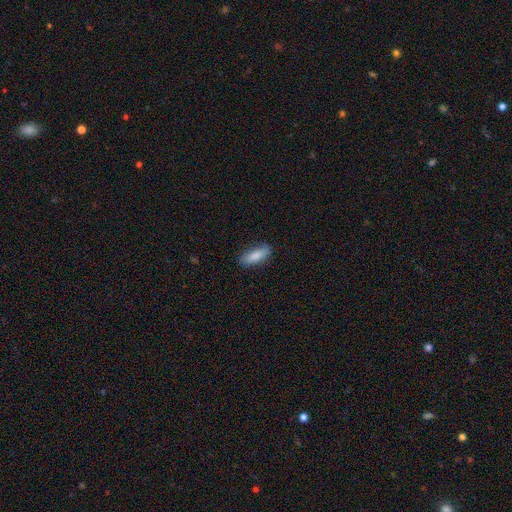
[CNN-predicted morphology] Overall: smooth (85%). How rounded: in between (55%; cigar-shaped 43%). Merging: none (85%).